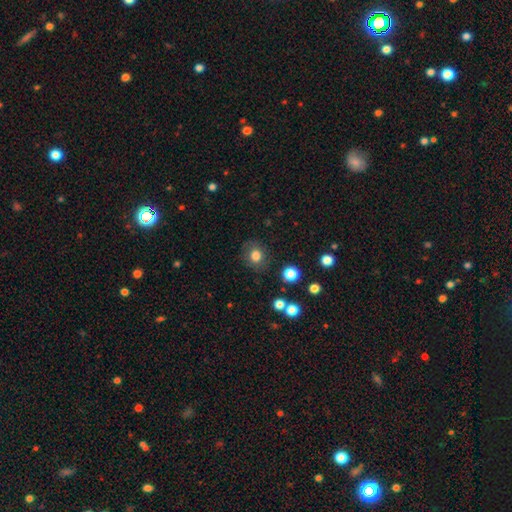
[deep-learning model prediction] Overall: smooth (81%). How rounded: round (73%). Merging: none (80%).